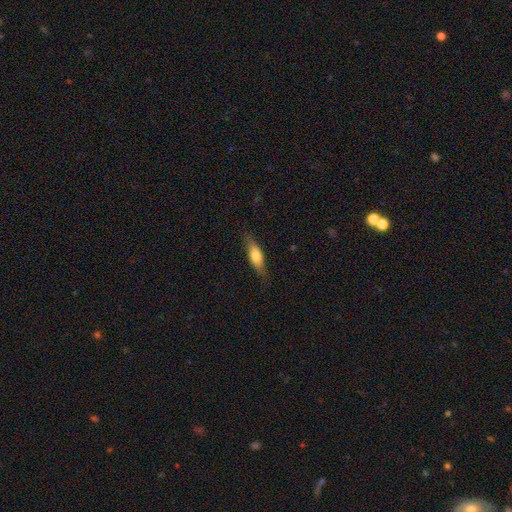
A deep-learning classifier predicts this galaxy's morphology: A smooth galaxy with no disk features (63%) that is in between round and cigar-shaped (52%).

Vote fractions:
- Smooth or featured? smooth: 63% / featured or disk: 31% / star or artifact: 6%
- How rounded? in between: 52% / cigar-shaped: 45% / round: 3%
- Merging? none: 79% / minor disturbance: 16% / major disturbance: 4% / merger: 1%